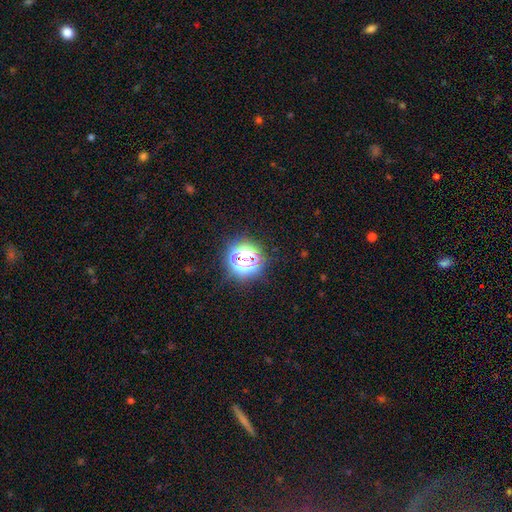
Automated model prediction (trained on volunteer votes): This appears to be a star or artifact, not a galaxy (66%).